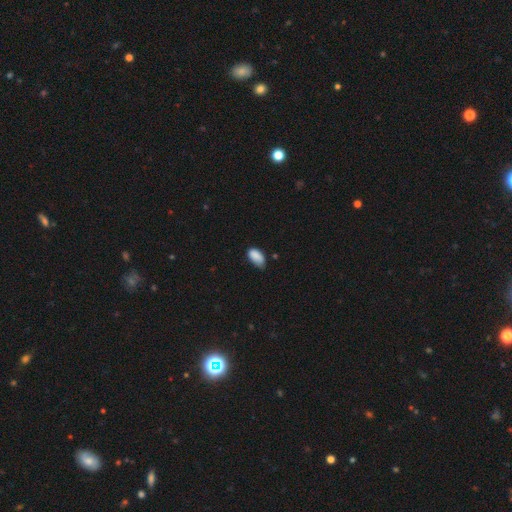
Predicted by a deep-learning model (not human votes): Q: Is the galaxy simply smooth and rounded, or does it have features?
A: smooth — 87%.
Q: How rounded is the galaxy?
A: in between — 93%.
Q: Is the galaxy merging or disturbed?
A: none — 47%.